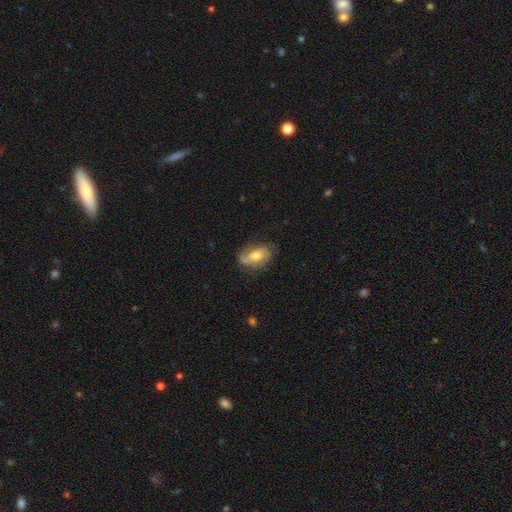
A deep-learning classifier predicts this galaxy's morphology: smooth-or-featured: featured or disk: 62% | smooth: 31% | star or artifact: 7%
  disk-edge-on: no: 95% | yes: 5%
    bar: no: 58% | weak: 33% | strong: 9%
    has-spiral-arms: yes: 82% | no: 18%
    bulge-size: moderate: 66% | small: 22% | large: 9% | none: 2% | dominant: 1%
  merging: none: 62% | minor disturbance: 25% | major disturbance: 11% | merger: 2%